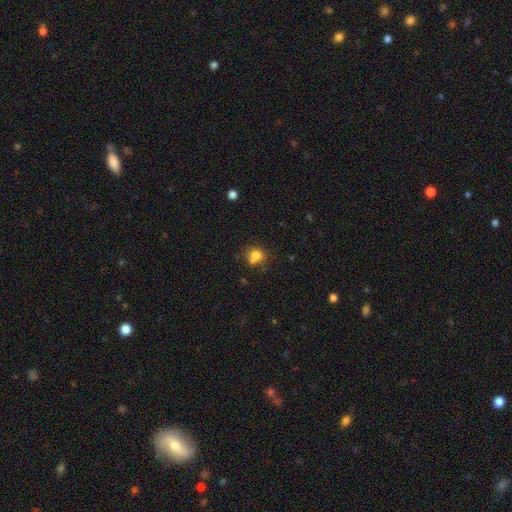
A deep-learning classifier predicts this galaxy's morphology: type=smooth (78%); roundness=round (64%); merging=none (51%).